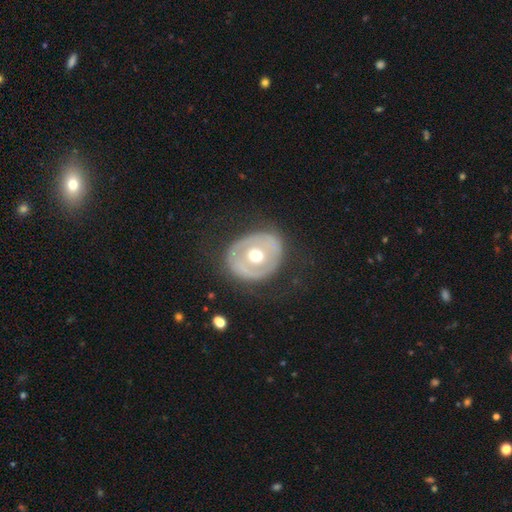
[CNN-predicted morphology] A featured or disk galaxy (59%) with no bar (83%), no spiral arms (82%) and a moderate central bulge (71%).

Vote fractions:
- Smooth or featured? featured or disk: 59% / smooth: 36% / star or artifact: 6%
- Edge-on disk? no: 94% / yes: 6%
- Bar? no: 83% / weak: 12% / strong: 5%
- Spiral arms? no: 82% / yes: 18%
- Bulge size? moderate: 71% / large: 21% / small: 5% / dominant: 2% / none: 1%
- Merging? none: 71% / minor disturbance: 17% / major disturbance: 10% / merger: 2%